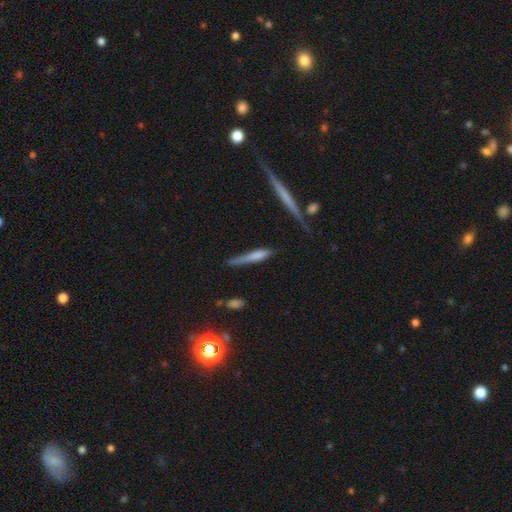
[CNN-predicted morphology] A smooth galaxy with no disk features (62%) that is cigar-shaped (89%). Merging: none (53%).